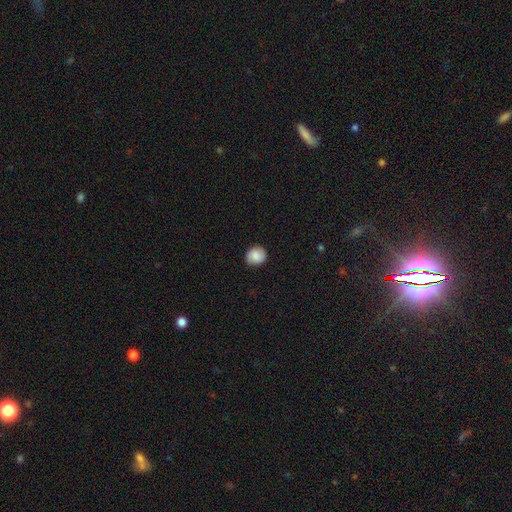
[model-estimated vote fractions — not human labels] smooth 79%, featured or disk 13%, star or artifact 8%. Down the decision tree: how rounded — round (80%); merging — none (88%).